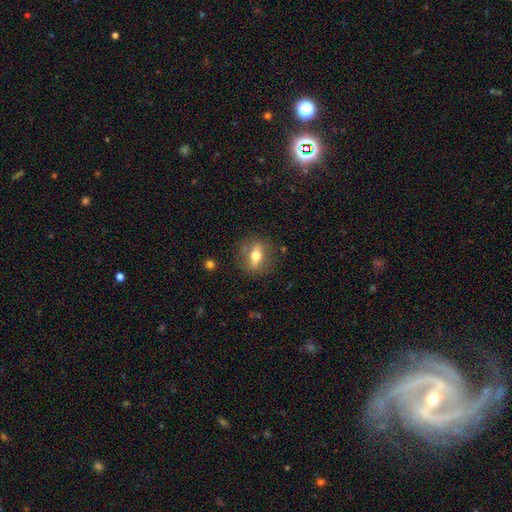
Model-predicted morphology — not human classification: This appears to be a featured or disk galaxy (46%). Merging: none (81%).